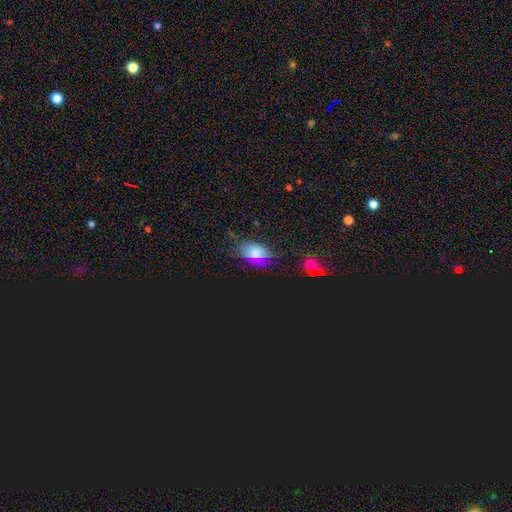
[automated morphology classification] A smooth galaxy with no disk features (58%) that is in between round and cigar-shaped (82%).

Vote fractions:
- Smooth or featured? smooth: 58% / star or artifact: 33% / featured or disk: 8%
- How rounded? in between: 82% / round: 15% / cigar-shaped: 3%
- Merging? none: 78% / minor disturbance: 14% / major disturbance: 5% / merger: 3%